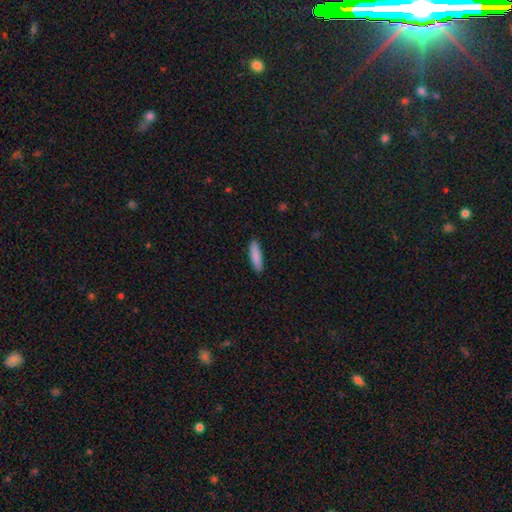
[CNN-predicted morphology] A smooth galaxy with no disk features (87%) that is cigar-shaped (74%). Merging: none (90%).